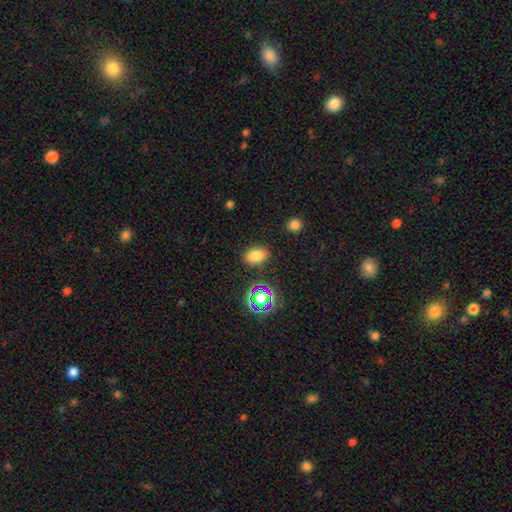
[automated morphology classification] Smooth or featured? Predicted: smooth (p=0.77). How rounded? Predicted: in between (p=0.85). Merging? Predicted: none (p=0.83).